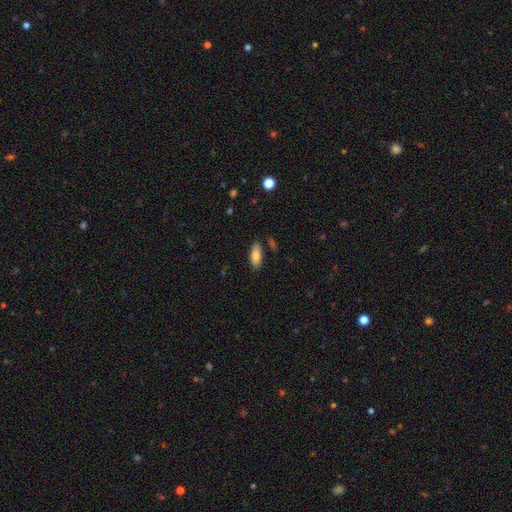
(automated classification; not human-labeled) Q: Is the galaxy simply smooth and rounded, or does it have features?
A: smooth — 78%.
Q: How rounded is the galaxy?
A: in between — 81%.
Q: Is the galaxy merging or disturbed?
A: none — 83%.